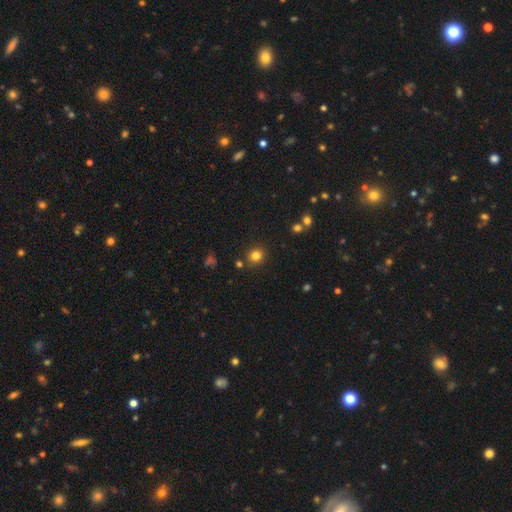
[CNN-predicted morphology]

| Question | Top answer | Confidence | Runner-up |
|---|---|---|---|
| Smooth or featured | smooth | 81% | star or artifact (14%) |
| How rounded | round | 84% | in between (15%) |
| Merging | none | 85% | minor disturbance (8%) |